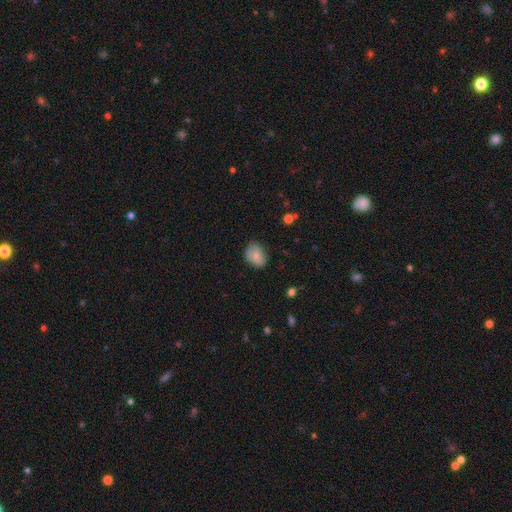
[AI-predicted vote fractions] Q: Smooth or featured?
A: smooth (77%); runner-up: featured or disk (15%)
Q: How rounded?
A: in between (64%); runner-up: round (35%)
Q: Merging?
A: none (72%); runner-up: minor disturbance (22%)